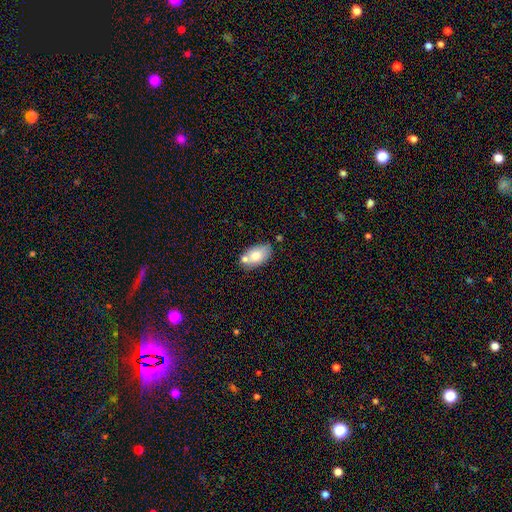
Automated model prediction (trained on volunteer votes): Smooth or featured: smooth — 71% (featured or disk — 22%)
How rounded: in between — 91% (round — 7%)
Merging: none — 56% (merger — 22%)